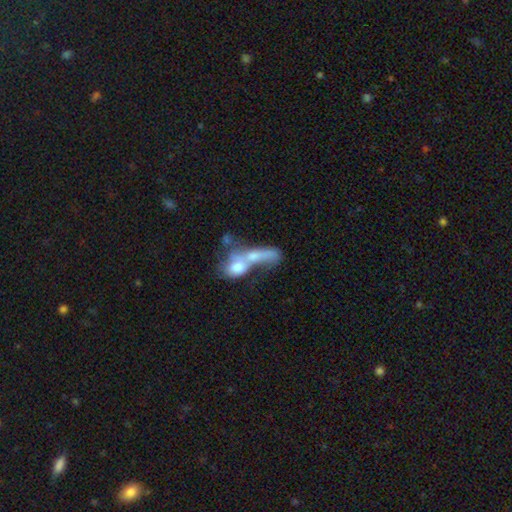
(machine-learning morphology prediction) Overall: smooth (58%; featured or disk 33%). How rounded: in between (56%; round 23%). Merging: merger (68%).